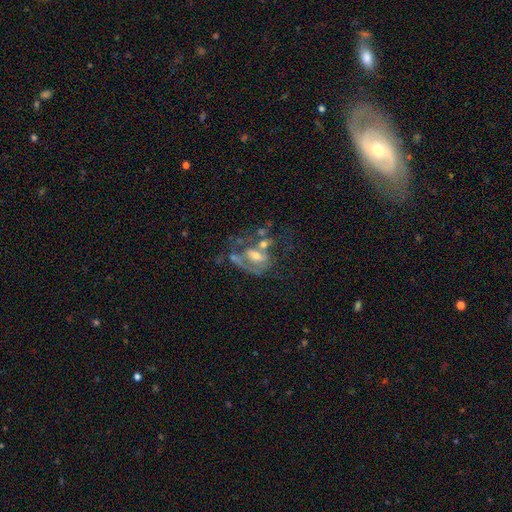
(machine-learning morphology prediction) Smooth or featured? featured or disk (70%)
Edge-on disk? no (96%)
Bar? no (52%)
Spiral arms? yes (52%)
Bulge size? moderate (54%)
Merging? major disturbance (31%)